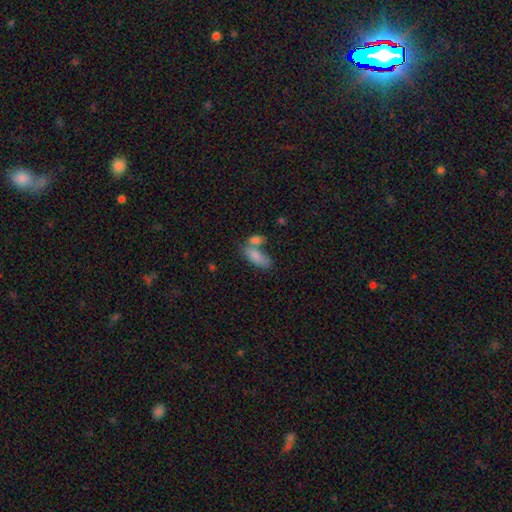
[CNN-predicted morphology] smooth_or_featured: smooth (p=0.83) [alt: featured or disk p=0.10]
how_rounded: in between (p=0.82) [alt: cigar-shaped p=0.15]
merging: merger (p=0.43) [alt: none p=0.38]